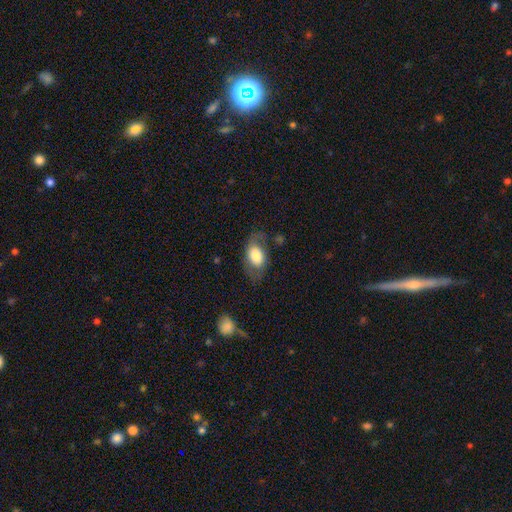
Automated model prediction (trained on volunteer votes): This is likely a smooth galaxy (66%). How rounded: clearly in between (87%). Merging: likely none (61%).